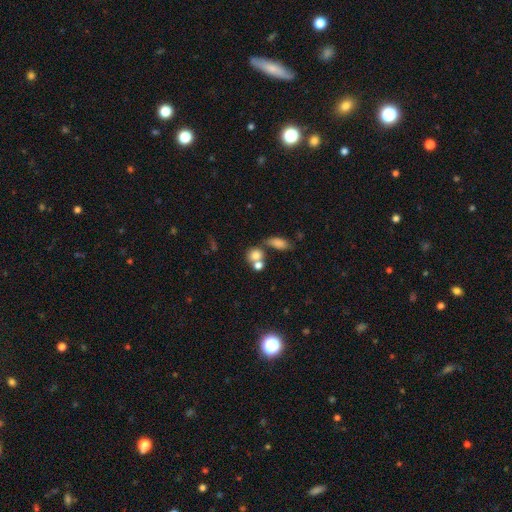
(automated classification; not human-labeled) Q: Smooth or featured?
A: smooth (77%); runner-up: featured or disk (12%)
Q: How rounded?
A: round (67%); runner-up: in between (31%)
Q: Merging?
A: merger (44%); runner-up: none (40%)